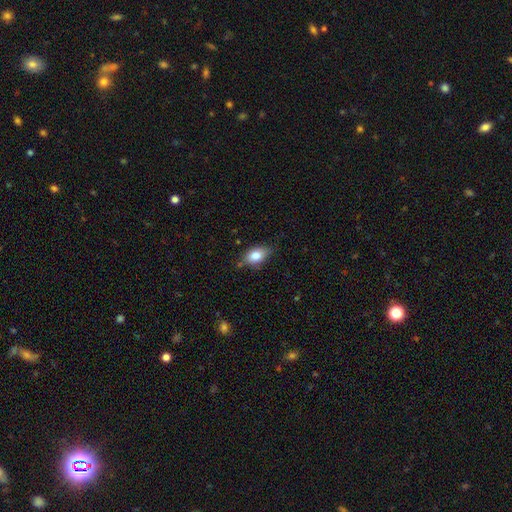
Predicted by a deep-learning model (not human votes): This appears to be a smooth galaxy with no disk features (80%) that is in between round and cigar-shaped (85%). Merging: none (72%).